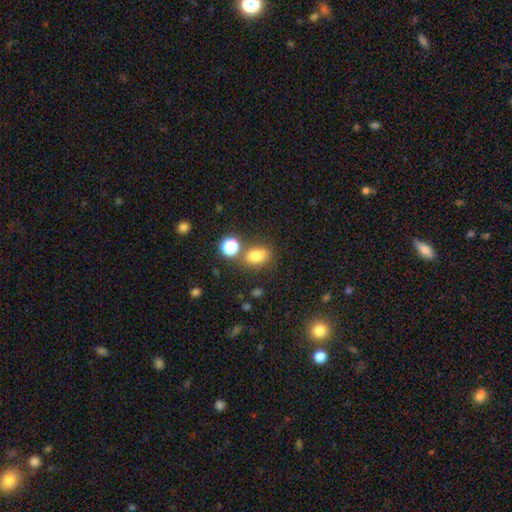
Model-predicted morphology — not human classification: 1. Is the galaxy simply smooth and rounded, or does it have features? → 77% smooth, 15% star or artifact, 8% featured or disk.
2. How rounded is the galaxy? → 69% in between, 29% round, 2% cigar-shaped.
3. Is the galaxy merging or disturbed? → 69% none, 14% minor disturbance, 12% merger, 5% major disturbance.